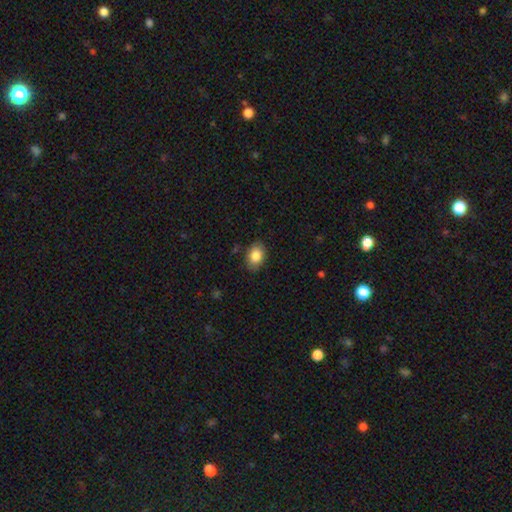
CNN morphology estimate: This is clearly a smooth galaxy (85%). How rounded: clearly in between (80%). Merging: clearly none (83%).